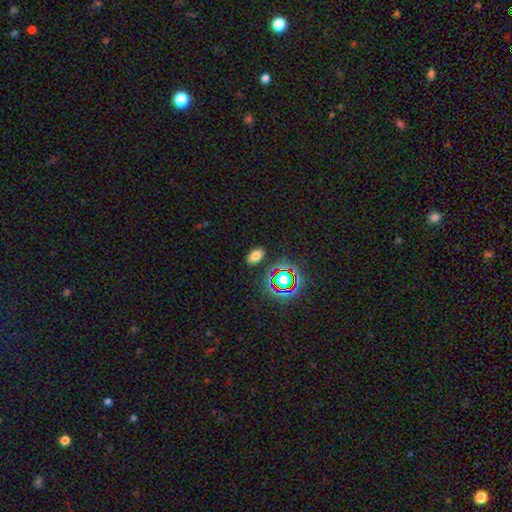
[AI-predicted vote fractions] Q: Smooth or featured?
A: smooth (72%); runner-up: star or artifact (20%)
Q: How rounded?
A: in between (88%); runner-up: round (9%)
Q: Merging?
A: none (85%); runner-up: minor disturbance (10%)